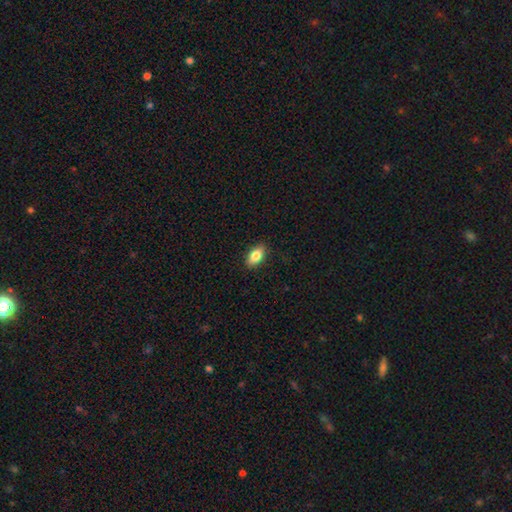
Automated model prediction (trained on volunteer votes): This appears to be a smooth galaxy with no disk features (81%) that is in between round and cigar-shaped (89%). Merging: none (88%).